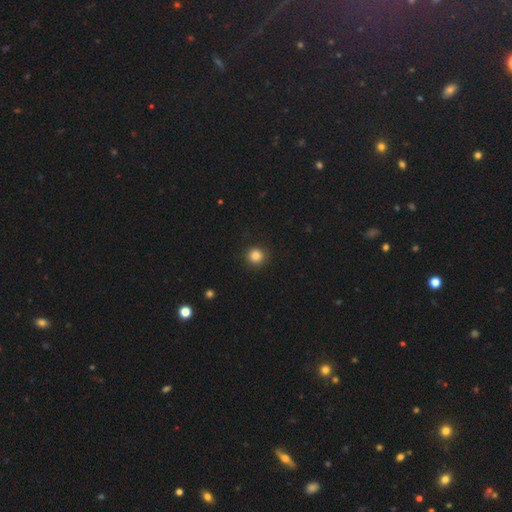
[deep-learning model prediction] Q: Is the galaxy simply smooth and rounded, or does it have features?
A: smooth — 85%.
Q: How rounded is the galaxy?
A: round — 95%.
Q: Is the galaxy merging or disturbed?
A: none — 92%.